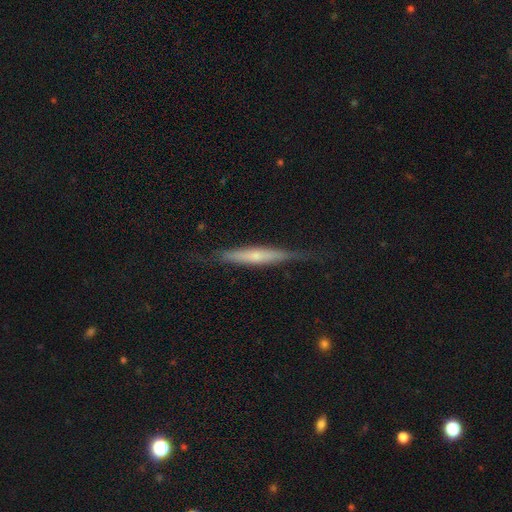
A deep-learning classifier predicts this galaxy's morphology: Smooth or featured? Predicted: featured or disk (p=0.55). Edge-on disk? Predicted: yes (p=0.93). Edge-on bulge? Predicted: rounded (p=0.50). Merging? Predicted: none (p=0.79).